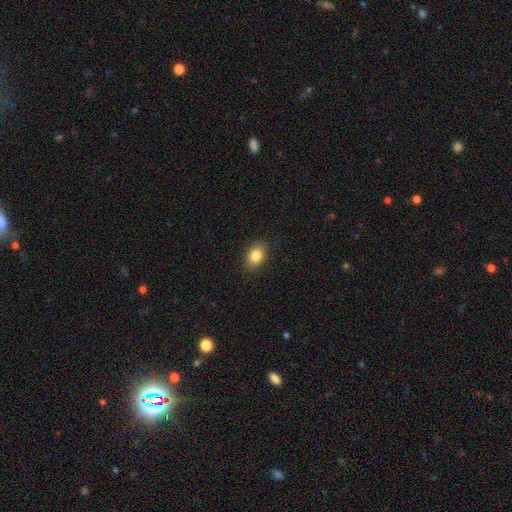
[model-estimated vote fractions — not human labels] The model was most divided on "how rounded": in between: 84%, round: 15%, cigar-shaped: 1%. More confident: merging — none (88%); smooth or featured — smooth (85%).